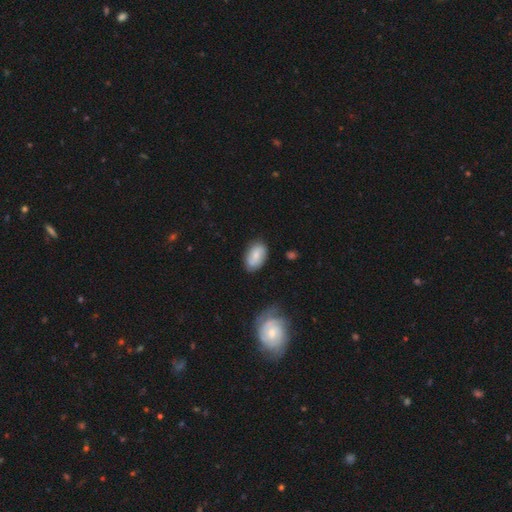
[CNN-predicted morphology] A smooth galaxy with no disk features (66%) that is in between round and cigar-shaped (92%).

Vote fractions:
- Smooth or featured? smooth: 66% / featured or disk: 27% / star or artifact: 7%
- How rounded? in between: 92% / round: 6% / cigar-shaped: 2%
- Merging? none: 76% / minor disturbance: 18% / major disturbance: 4% / merger: 3%